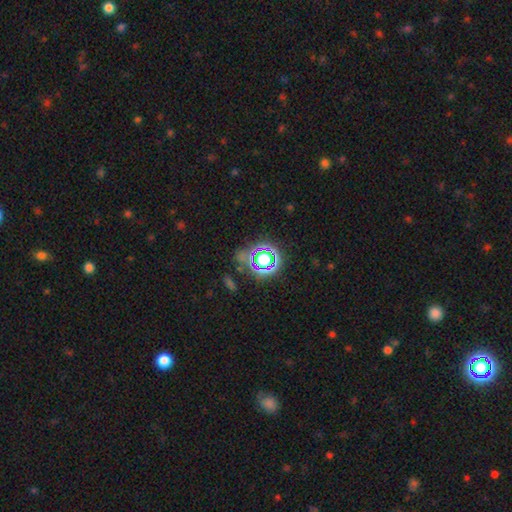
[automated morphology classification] A star or artifact, not a galaxy (74%).

Vote fractions:
- Smooth or featured? star or artifact: 74% / smooth: 17% / featured or disk: 8%